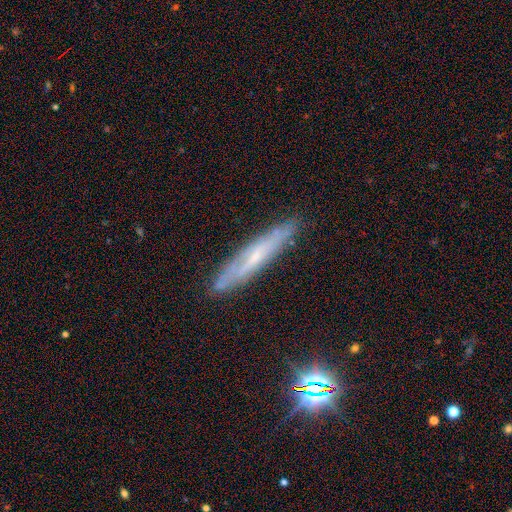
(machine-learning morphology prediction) smooth-or-featured: featured or disk: 57% | smooth: 34% | star or artifact: 9%
  disk-edge-on: yes: 74% | no: 26%
  merging: none: 83% | minor disturbance: 13% | major disturbance: 2% | merger: 2%